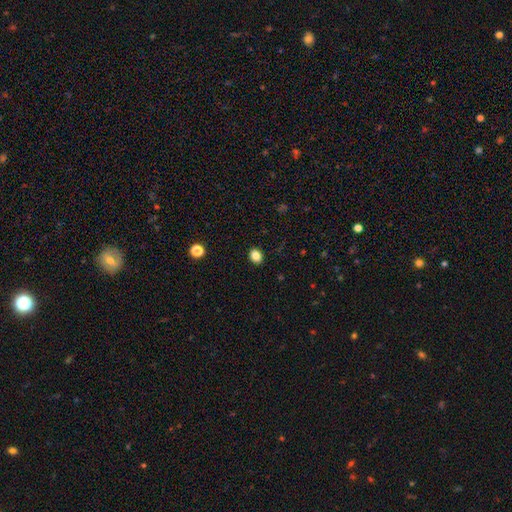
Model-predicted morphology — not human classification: Smooth or featured: smooth — 85% (star or artifact — 11%)
How rounded: in between — 52% (round — 47%)
Merging: none — 90% (minor disturbance — 7%)